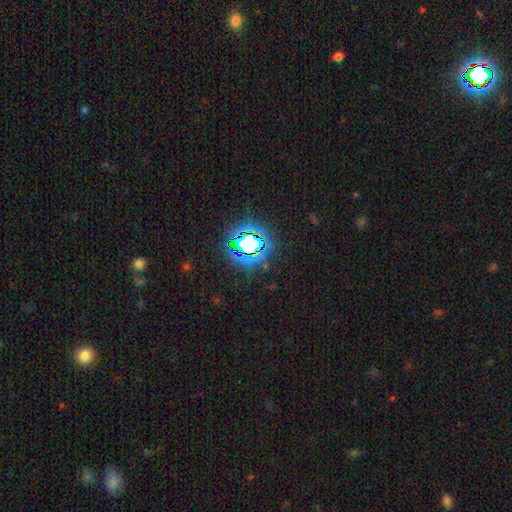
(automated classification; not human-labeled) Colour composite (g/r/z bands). It shows a star or artifact, not a galaxy (79%).